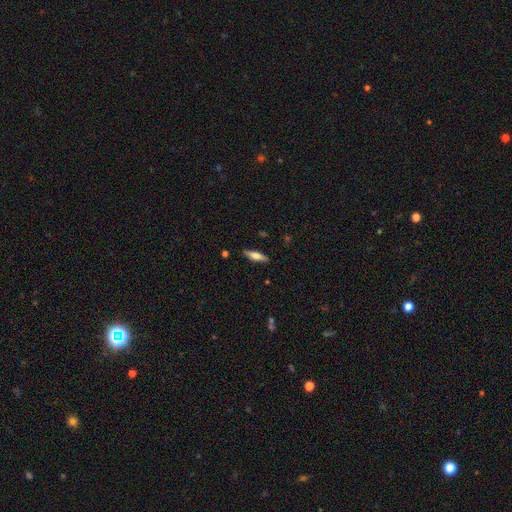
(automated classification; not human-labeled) Morphology: type=smooth (56%); roundness=cigar-shaped (63%); merging=none (87%).